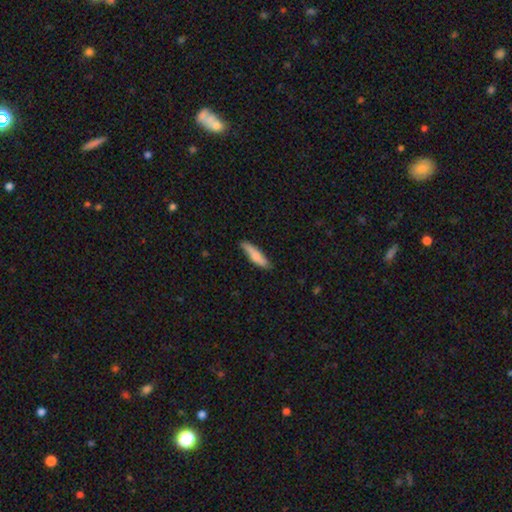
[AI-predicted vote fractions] A smooth galaxy with no disk features (80%) that is cigar-shaped (78%).

Vote fractions:
- Smooth or featured? smooth: 80% / featured or disk: 14% / star or artifact: 5%
- How rounded? cigar-shaped: 78% / in between: 20% / round: 1%
- Merging? none: 80% / minor disturbance: 16% / major disturbance: 2% / merger: 1%